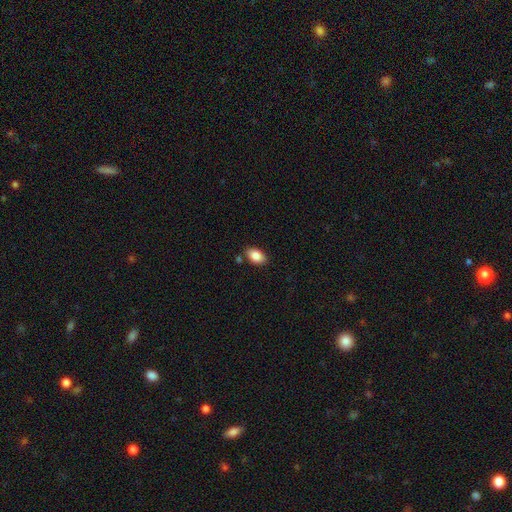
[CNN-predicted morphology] Smooth or featured?
  - smooth: 86% *
  - star or artifact: 7%
  - featured or disk: 7%
How rounded?
  - in between: 91% *
  - round: 8%
  - cigar-shaped: 2%
Merging?
  - none: 82% *
  - minor disturbance: 11%
  - merger: 5%
  - major disturbance: 2%